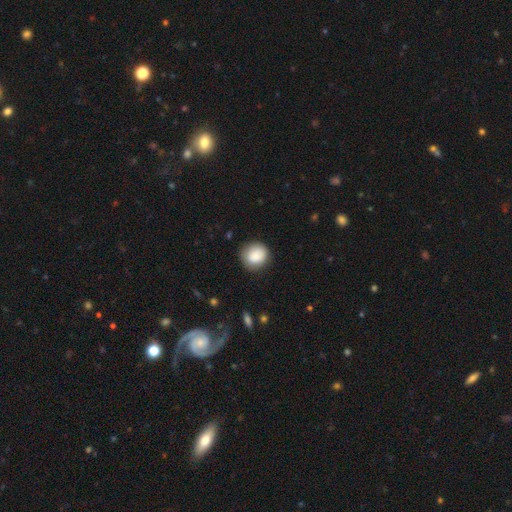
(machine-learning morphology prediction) A smooth galaxy with no disk features (85%) that is round (87%).

Vote fractions:
- Smooth or featured? smooth: 85% / star or artifact: 8% / featured or disk: 7%
- How rounded? round: 87% / in between: 12% / cigar-shaped: 1%
- Merging? none: 78% / minor disturbance: 16% / major disturbance: 4% / merger: 1%